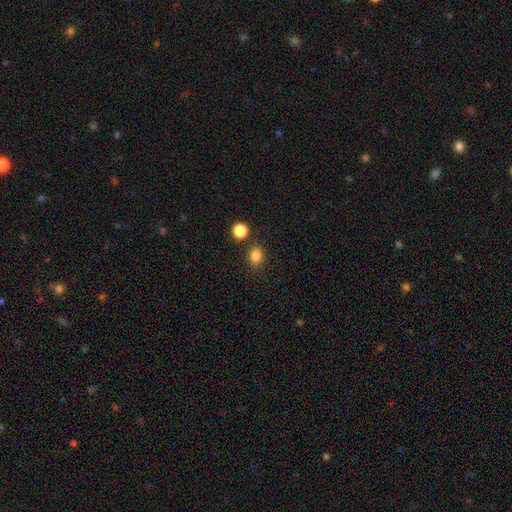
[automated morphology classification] Smooth or featured? smooth (83%)
How rounded? round (63%)
Merging? none (80%)